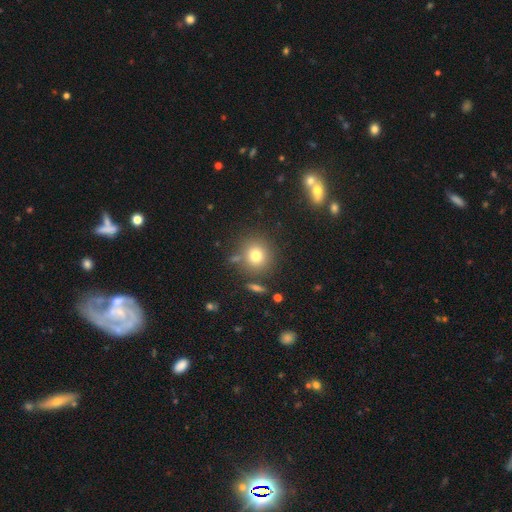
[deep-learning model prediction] This appears to be a smooth galaxy with no disk features (77%) that is round (90%). Merging: none (81%).